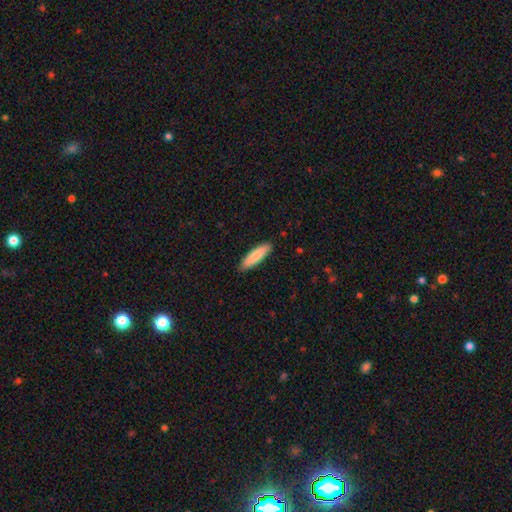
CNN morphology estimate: Smooth or featured? Predicted: smooth (p=0.83). How rounded? Predicted: cigar-shaped (p=0.70). Merging? Predicted: none (p=0.90).